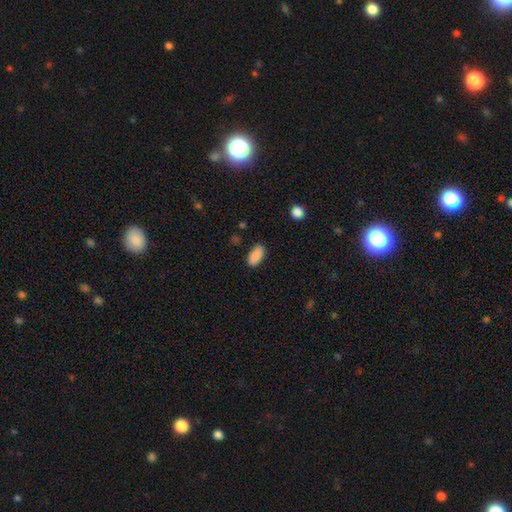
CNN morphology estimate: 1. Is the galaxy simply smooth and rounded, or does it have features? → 89% smooth, 7% star or artifact, 3% featured or disk.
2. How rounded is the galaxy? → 90% in between, 8% cigar-shaped, 3% round.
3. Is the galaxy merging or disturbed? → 86% none, 10% minor disturbance, 2% major disturbance, 1% merger.